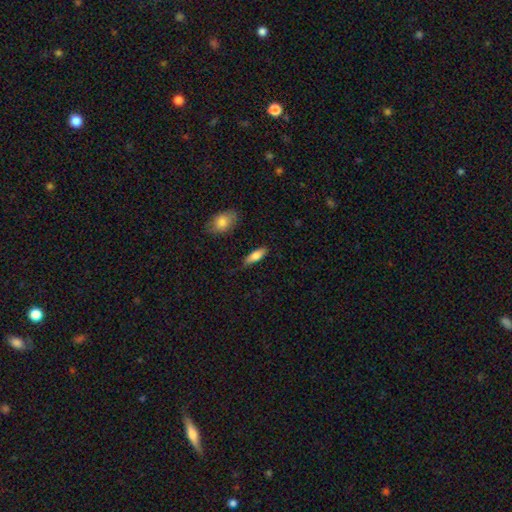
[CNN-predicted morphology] Overall: smooth (78%). How rounded: in between (66%; cigar-shaped 32%). Merging: none (72%).